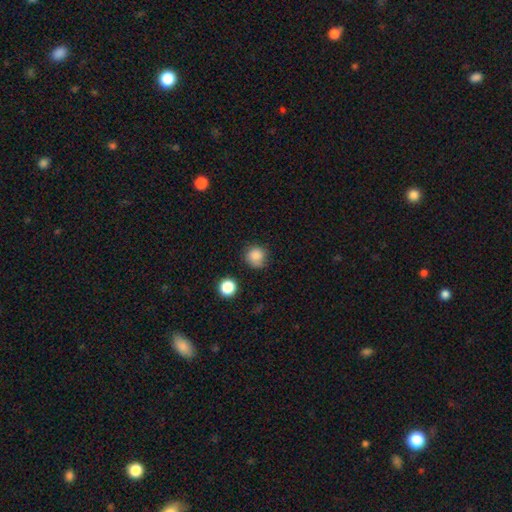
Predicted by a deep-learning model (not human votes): smooth_or_featured: smooth (p=0.85) [alt: star or artifact p=0.11]
how_rounded: round (p=0.91) [alt: in between p=0.08]
merging: none (p=0.76) [alt: minor disturbance p=0.17]